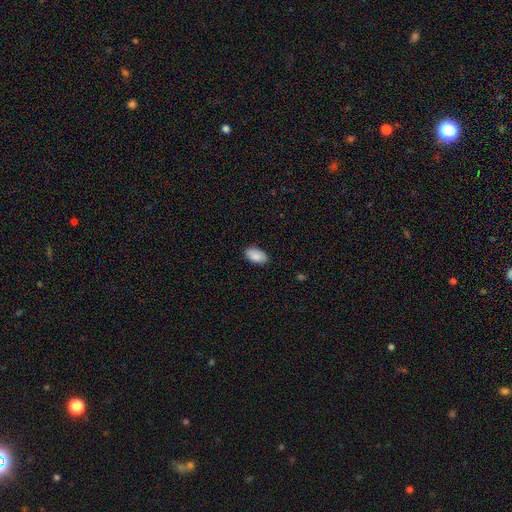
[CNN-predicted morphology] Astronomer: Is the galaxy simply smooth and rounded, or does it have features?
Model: smooth — 88%.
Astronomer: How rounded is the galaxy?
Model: in between — 94%.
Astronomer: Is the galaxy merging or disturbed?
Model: none — 86%.